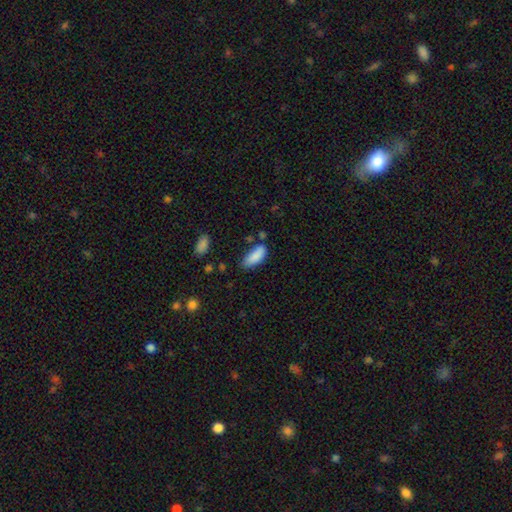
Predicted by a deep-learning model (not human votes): smooth_or_featured: smooth (p=0.87) [alt: star or artifact p=0.07]
how_rounded: in between (p=0.78) [alt: cigar-shaped p=0.20]
merging: none (p=0.61) [alt: minor disturbance p=0.27]